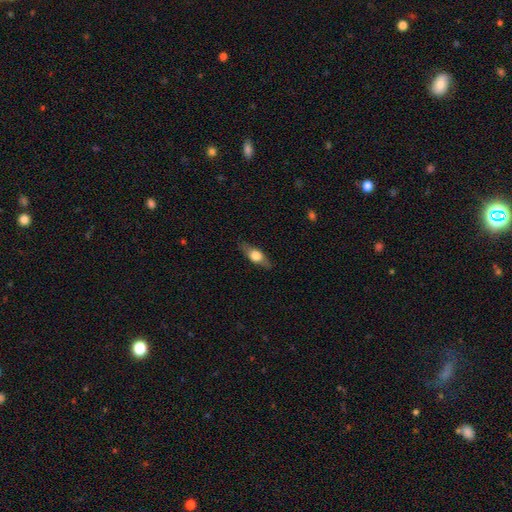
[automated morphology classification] smooth 56%, featured or disk 38%, star or artifact 6%. Down the decision tree: how rounded — in between (63%); merging — none (83%).